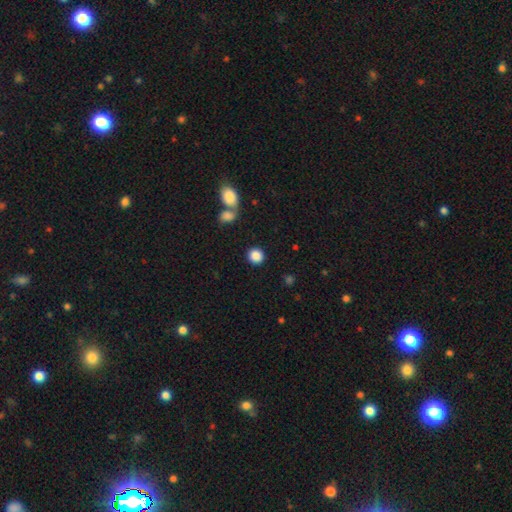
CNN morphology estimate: Smooth or featured?
  - smooth: 88% *
  - star or artifact: 9%
  - featured or disk: 4%
How rounded?
  - round: 90% *
  - in between: 9%
  - cigar-shaped: 1%
Merging?
  - none: 87% *
  - minor disturbance: 6%
  - merger: 5%
  - major disturbance: 3%